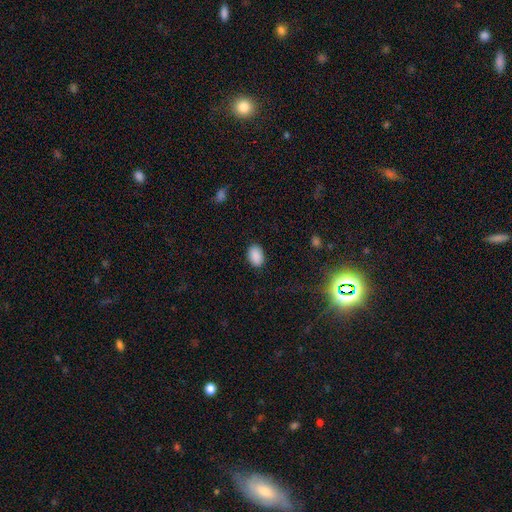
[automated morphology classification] This is clearly a smooth galaxy (90%). How rounded: clearly in between (87%). Merging: clearly none (88%).